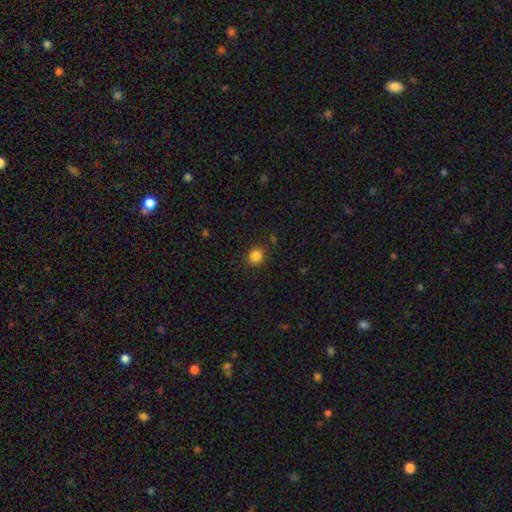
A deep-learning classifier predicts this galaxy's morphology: smooth 85%, star or artifact 11%, featured or disk 4%. Down the decision tree: how rounded — round (76%); merging — none (87%).